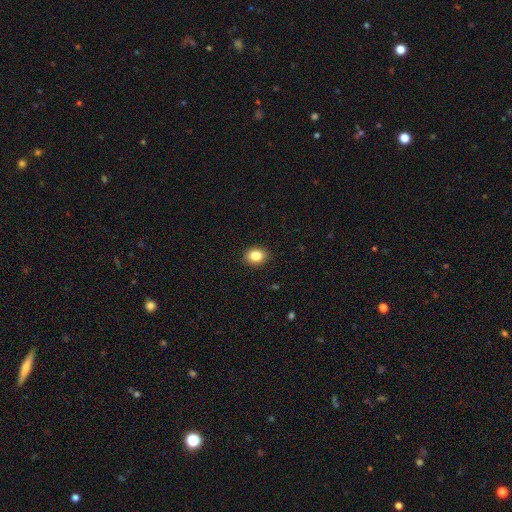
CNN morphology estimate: Smooth or featured? smooth (85%)
How rounded? in between (53%)
Merging? none (90%)